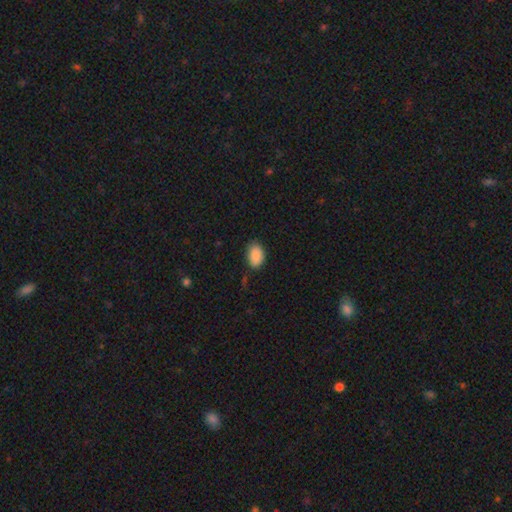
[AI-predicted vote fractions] The model was most divided on "merging": none: 77%, minor disturbance: 18%, major disturbance: 3%, merger: 1%. More confident: smooth or featured — smooth (89%); how rounded — in between (89%).